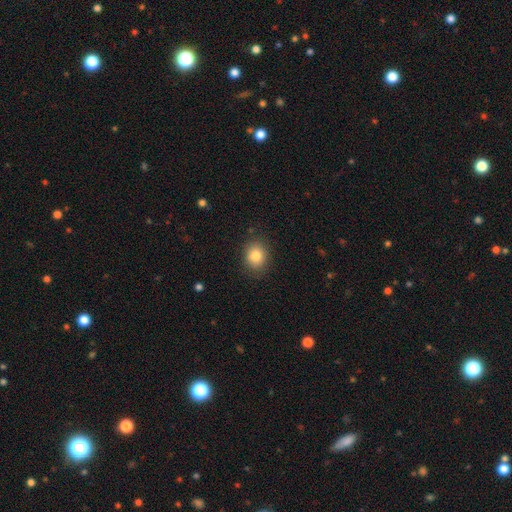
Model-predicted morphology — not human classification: smooth 83%, star or artifact 10%, featured or disk 8%. Down the decision tree: how rounded — round (58%); merging — none (85%).